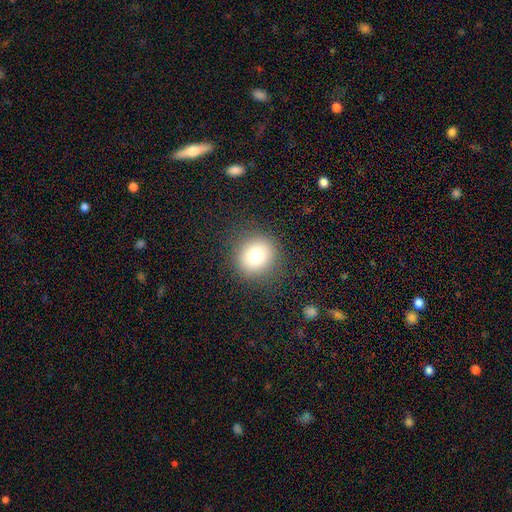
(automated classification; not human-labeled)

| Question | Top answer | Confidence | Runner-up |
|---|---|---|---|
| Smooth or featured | smooth | 76% | star or artifact (13%) |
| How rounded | round | 89% | in between (10%) |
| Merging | none | 89% | minor disturbance (7%) |